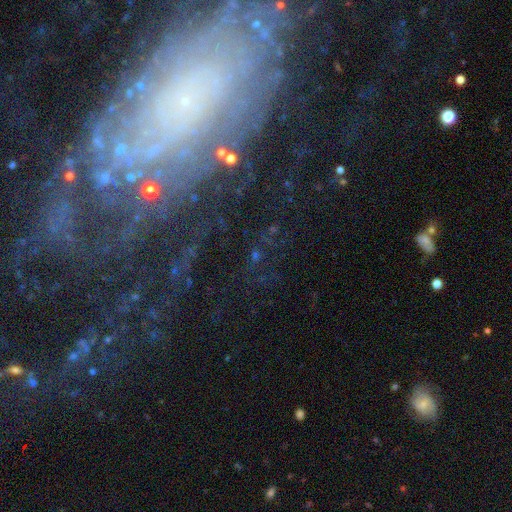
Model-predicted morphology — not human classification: Q: Smooth or featured?
A: star or artifact (61%); runner-up: featured or disk (24%)